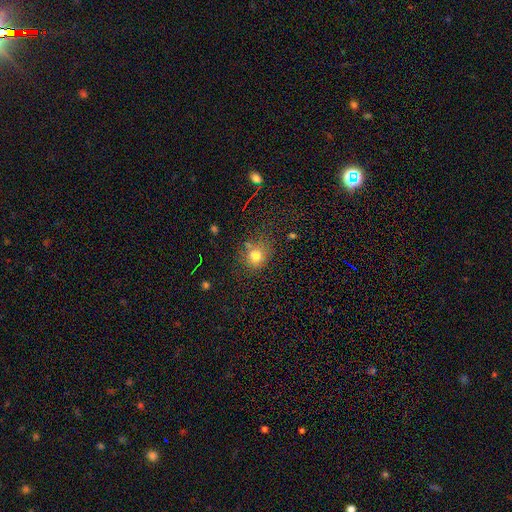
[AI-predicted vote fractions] Overall: smooth (76%). How rounded: round (75%). Merging: none (68%).